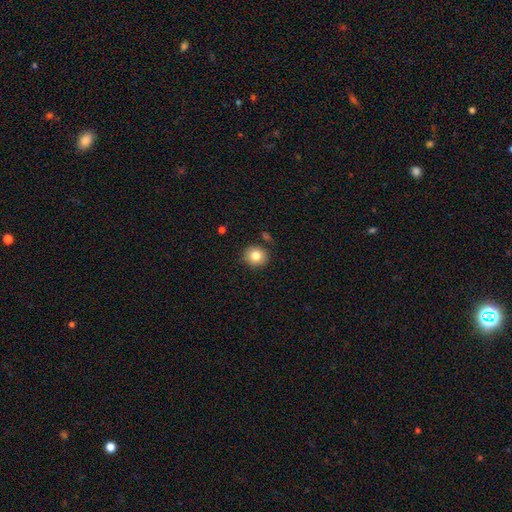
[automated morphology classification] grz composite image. It shows a smooth galaxy with no disk features (81%) that is round (87%). Merging: none (86%).